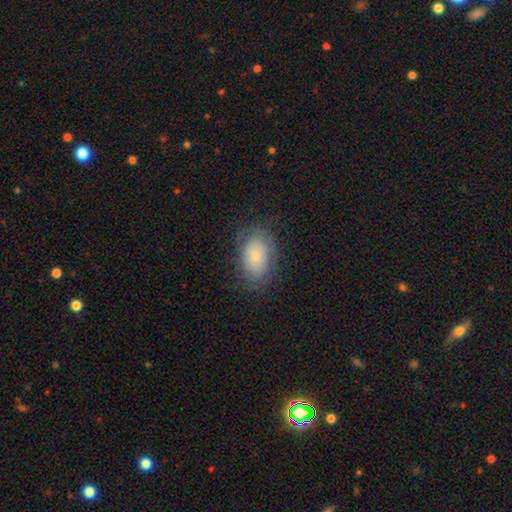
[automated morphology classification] Smooth or featured: smooth — 78% (featured or disk — 14%)
How rounded: in between — 88% (round — 11%)
Merging: none — 74% (minor disturbance — 18%)